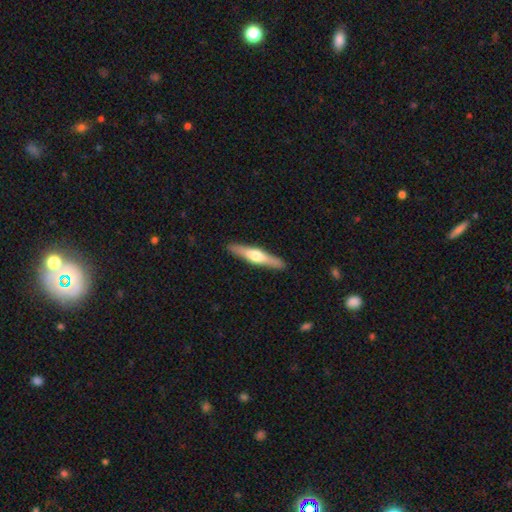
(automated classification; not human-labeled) Q: Smooth or featured?
A: featured or disk (58%); runner-up: smooth (37%)
Q: Edge-on disk?
A: yes (95%); runner-up: no (5%)
Q: Edge-on bulge?
A: rounded (89%); runner-up: boxy (6%)
Q: Merging?
A: none (91%); runner-up: minor disturbance (7%)